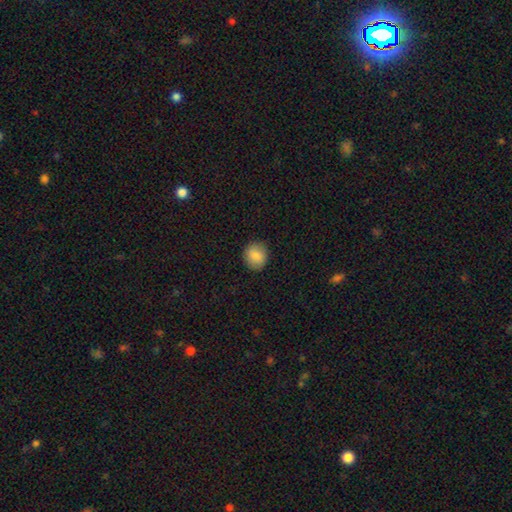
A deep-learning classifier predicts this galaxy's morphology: Smooth or featured? Predicted: smooth (p=0.86). How rounded? Predicted: round (p=0.77). Merging? Predicted: none (p=0.89).